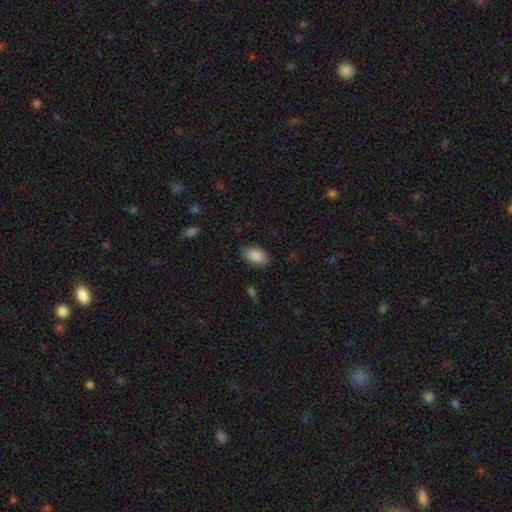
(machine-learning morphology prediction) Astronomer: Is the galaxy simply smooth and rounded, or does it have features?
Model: smooth — 89%.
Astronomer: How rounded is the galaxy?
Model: in between — 93%.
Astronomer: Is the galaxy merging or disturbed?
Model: none — 84%.